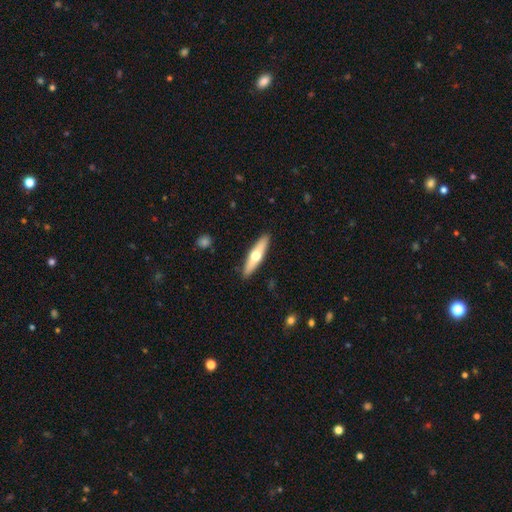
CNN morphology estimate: A smooth galaxy with no disk features (50%).

Vote fractions:
- Smooth or featured? smooth: 50% / featured or disk: 45% / star or artifact: 5%
- Merging? none: 90% / minor disturbance: 7% / major disturbance: 2% / merger: 1%